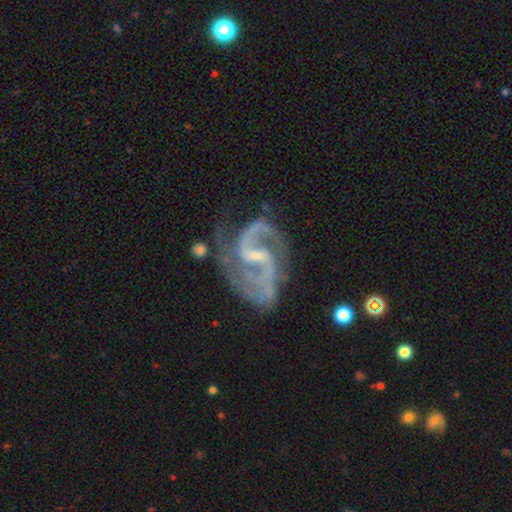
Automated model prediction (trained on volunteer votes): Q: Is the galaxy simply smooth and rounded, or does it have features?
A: featured or disk — 92%.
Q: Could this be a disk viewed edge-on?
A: no — 98%.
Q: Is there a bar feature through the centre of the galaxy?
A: weak — 53%.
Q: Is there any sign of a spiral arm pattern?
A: yes — 98%.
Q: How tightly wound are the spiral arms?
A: medium — 58%.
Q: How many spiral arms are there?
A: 2 — 85%.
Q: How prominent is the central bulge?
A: small — 64%.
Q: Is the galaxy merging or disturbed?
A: none — 60%.